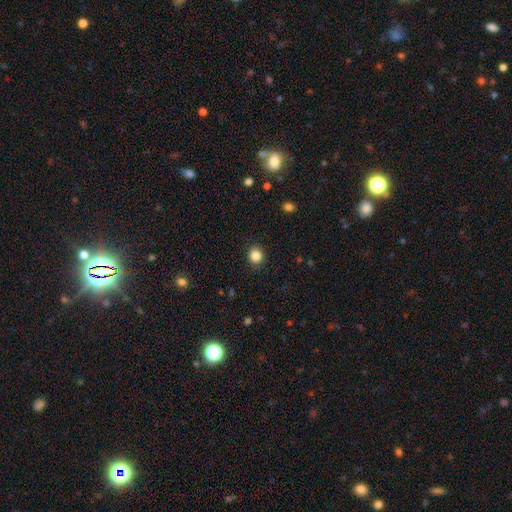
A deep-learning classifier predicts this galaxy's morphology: smooth 85%, star or artifact 11%, featured or disk 4%. Down the decision tree: how rounded — round (84%); merging — none (90%).